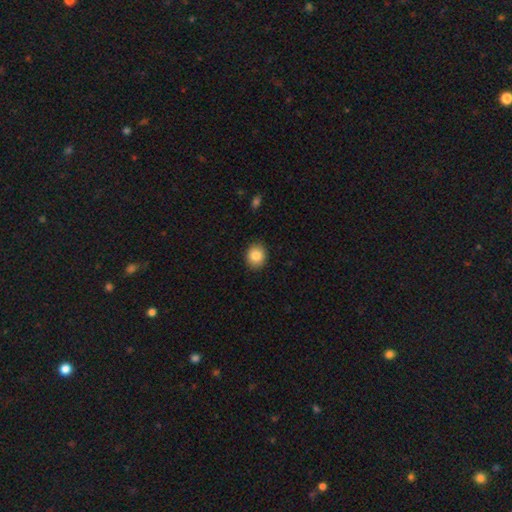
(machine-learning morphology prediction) A smooth galaxy with no disk features (85%) that is round (74%).

Vote fractions:
- Smooth or featured? smooth: 85% / star or artifact: 9% / featured or disk: 6%
- How rounded? round: 74% / in between: 25% / cigar-shaped: 1%
- Merging? none: 90% / minor disturbance: 7% / major disturbance: 2% / merger: 1%